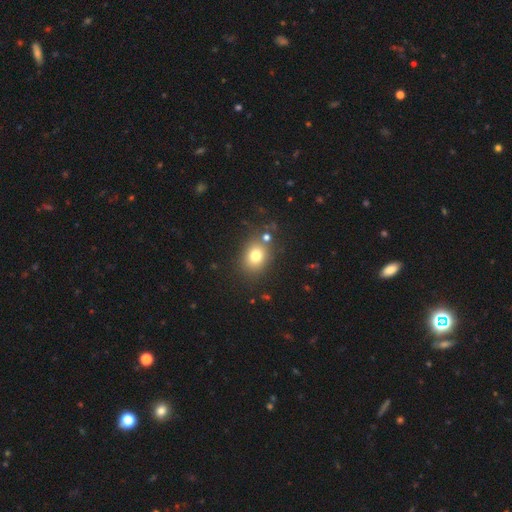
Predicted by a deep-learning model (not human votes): Smooth or featured? smooth (76%)
How rounded? in between (53%)
Merging? none (78%)